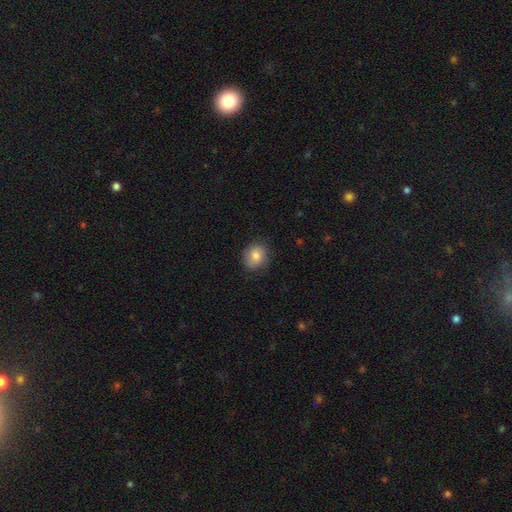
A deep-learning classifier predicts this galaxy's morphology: type=smooth (79%); roundness=round (72%); merging=none (80%).